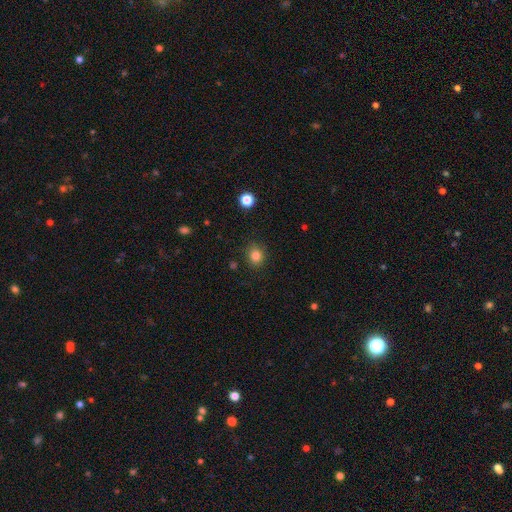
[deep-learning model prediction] Smooth or featured? smooth (83%)
How rounded? round (80%)
Merging? none (87%)